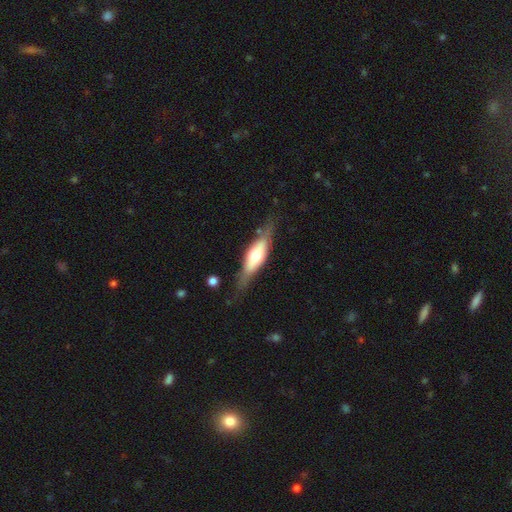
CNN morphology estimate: Q: Smooth or featured?
A: featured or disk (55%); runner-up: smooth (40%)
Q: Edge-on disk?
A: yes (82%); runner-up: no (18%)
Q: Merging?
A: none (70%); runner-up: minor disturbance (19%)